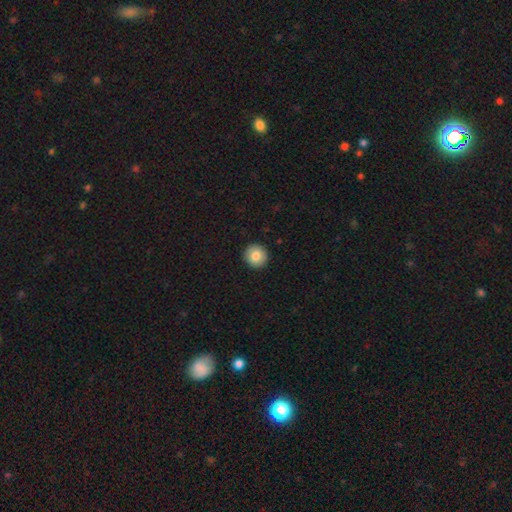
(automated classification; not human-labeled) Smooth or featured? Predicted: smooth (p=0.81). How rounded? Predicted: round (p=0.95). Merging? Predicted: none (p=0.93).